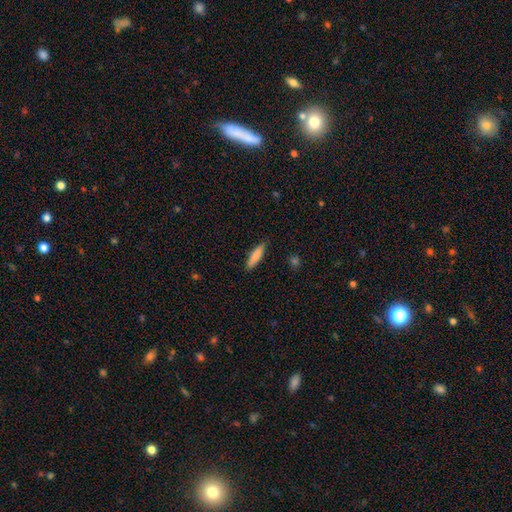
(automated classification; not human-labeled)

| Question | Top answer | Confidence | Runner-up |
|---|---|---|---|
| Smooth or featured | smooth | 81% | featured or disk (13%) |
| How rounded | cigar-shaped | 74% | in between (25%) |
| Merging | none | 86% | minor disturbance (10%) |